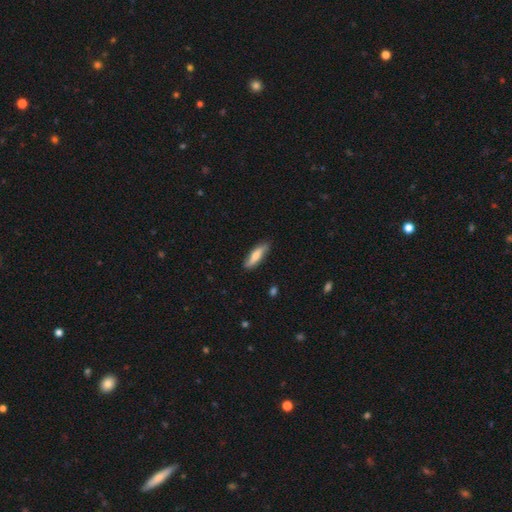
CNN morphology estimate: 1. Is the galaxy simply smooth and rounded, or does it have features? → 58% smooth, 36% featured or disk, 6% star or artifact.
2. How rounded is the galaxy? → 60% cigar-shaped, 38% in between, 2% round.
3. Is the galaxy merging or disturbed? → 80% none, 16% minor disturbance, 3% major disturbance, 1% merger.